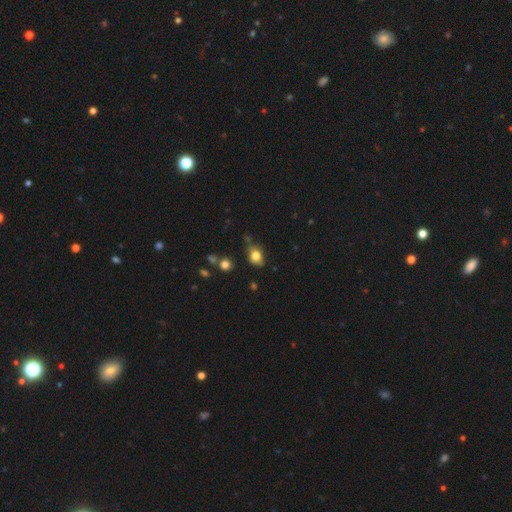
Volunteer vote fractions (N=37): Q: Smooth or featured?
A: smooth (84%); runner-up: featured or disk (11%)
Q: How rounded?
A: in between (81%); runner-up: round (19%)
Q: Merging?
A: none (43%); tied with: minor disturbance (43%)